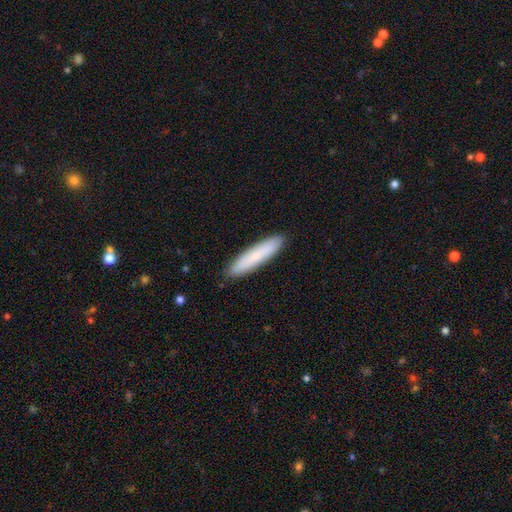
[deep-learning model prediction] This is clearly a smooth galaxy (80%). How rounded: clearly cigar-shaped (87%). Merging: clearly none (91%).